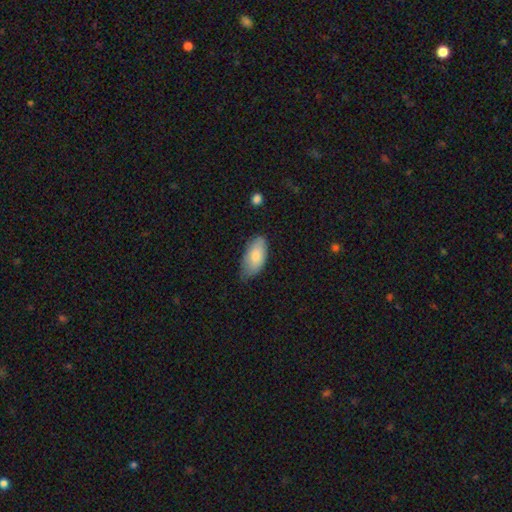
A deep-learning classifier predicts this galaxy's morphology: Smooth or featured?
  - smooth: 80% *
  - featured or disk: 14%
  - star or artifact: 6%
How rounded?
  - in between: 93% *
  - cigar-shaped: 4%
  - round: 2%
Merging?
  - none: 63% *
  - minor disturbance: 31%
  - major disturbance: 5%
  - merger: 1%